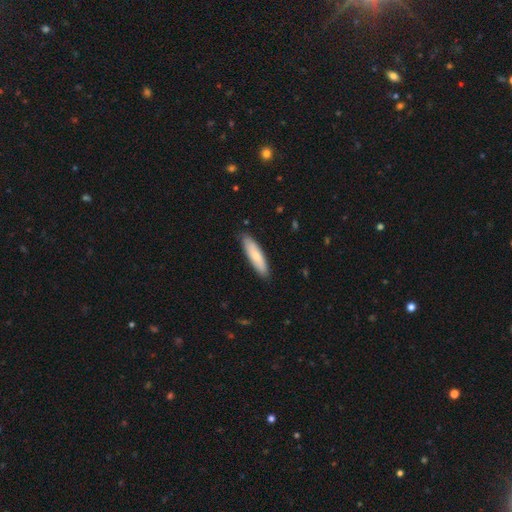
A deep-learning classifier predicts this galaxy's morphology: This appears to be a smooth galaxy with no disk features (77%) that is cigar-shaped (69%). Merging: none (87%).